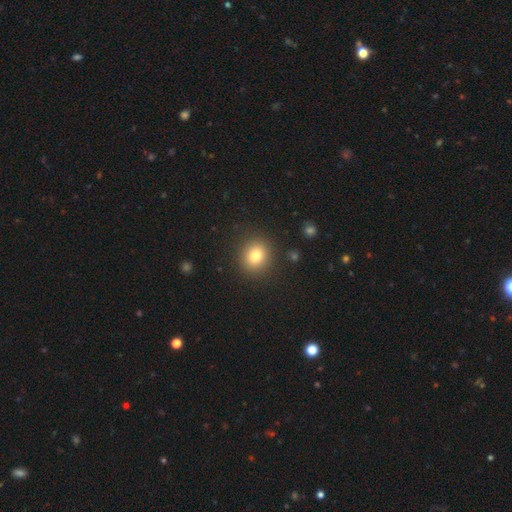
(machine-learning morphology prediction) This appears to be a smooth galaxy with no disk features (79%) that is round (82%). Merging: none (89%).